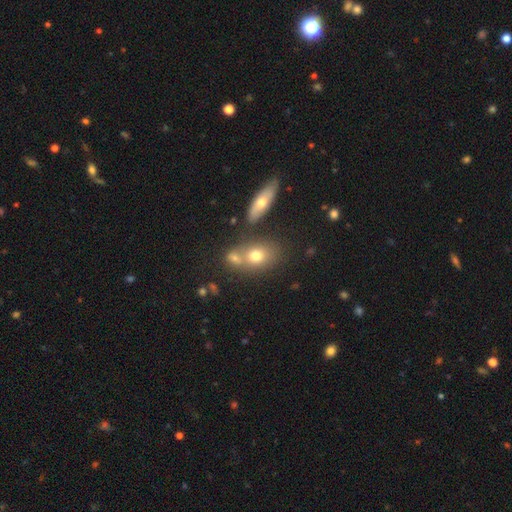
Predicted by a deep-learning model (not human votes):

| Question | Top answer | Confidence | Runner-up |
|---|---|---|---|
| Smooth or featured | smooth | 70% | featured or disk (18%) |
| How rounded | in between | 63% | round (34%) |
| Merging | none | 51% | merger (32%) |